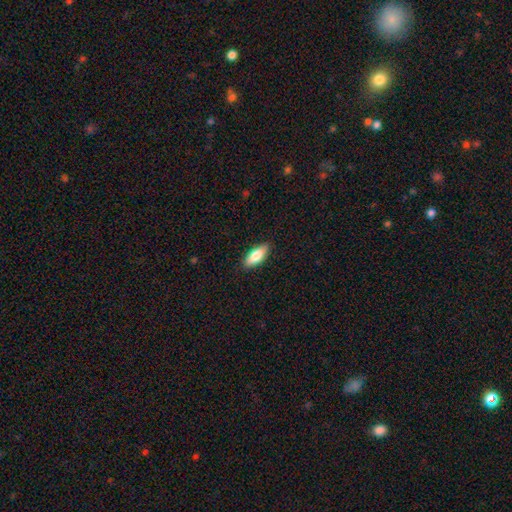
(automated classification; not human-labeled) A smooth galaxy with no disk features (79%) that is in between round and cigar-shaped (78%).

Vote fractions:
- Smooth or featured? smooth: 79% / featured or disk: 15% / star or artifact: 6%
- How rounded? in between: 78% / cigar-shaped: 20% / round: 2%
- Merging? none: 88% / minor disturbance: 10% / major disturbance: 2% / merger: 1%